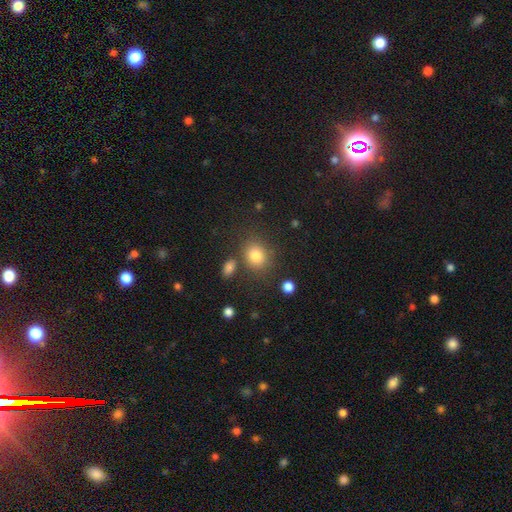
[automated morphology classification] Overall: smooth (81%). How rounded: round (65%; in between 34%). Merging: none (75%).